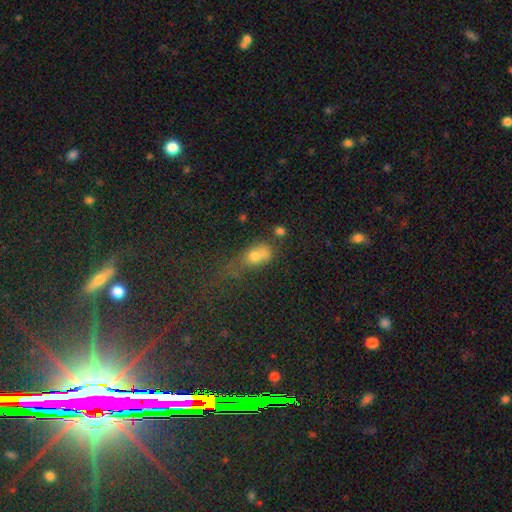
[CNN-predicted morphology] Smooth or featured? Predicted: smooth (p=0.66). How rounded? Predicted: in between (p=0.58). Merging? Predicted: merger (p=0.28).